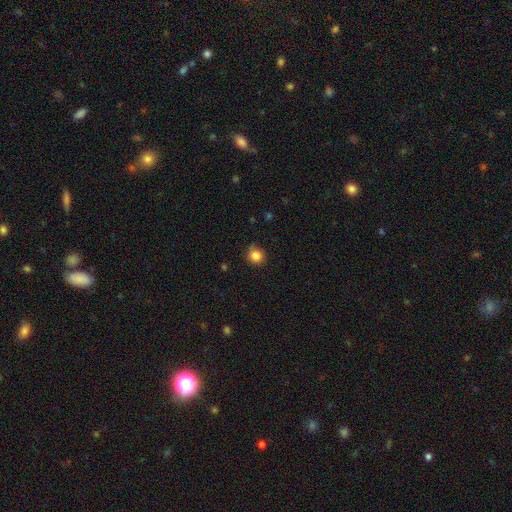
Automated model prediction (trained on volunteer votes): smooth_or_featured: smooth (p=0.84) [alt: star or artifact p=0.11]
how_rounded: round (p=0.88) [alt: in between p=0.11]
merging: none (p=0.78) [alt: minor disturbance p=0.18]